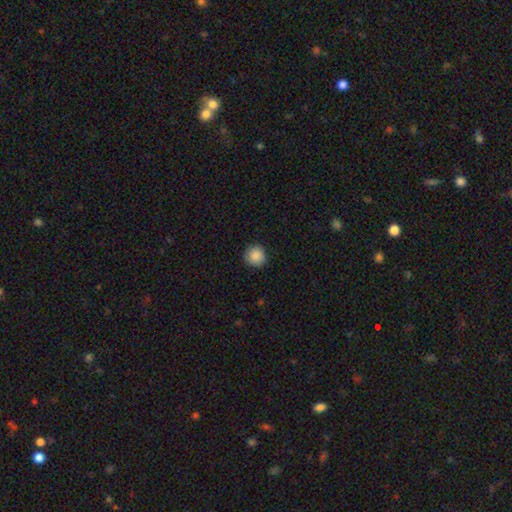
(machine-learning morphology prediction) smooth-or-featured: smooth: 88% | star or artifact: 9% | featured or disk: 3%
  how-rounded: round: 94% | in between: 5% | cigar-shaped: 1%
  merging: none: 91% | minor disturbance: 6% | major disturbance: 2% | merger: 1%